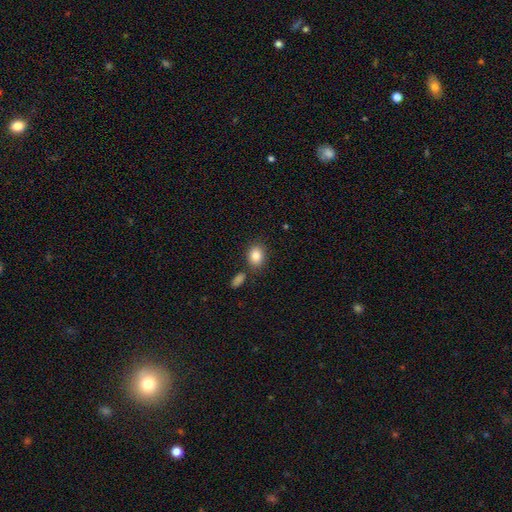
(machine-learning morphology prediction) This is clearly a smooth galaxy (85%). How rounded: possibly in between (60%). Merging: likely none (75%).